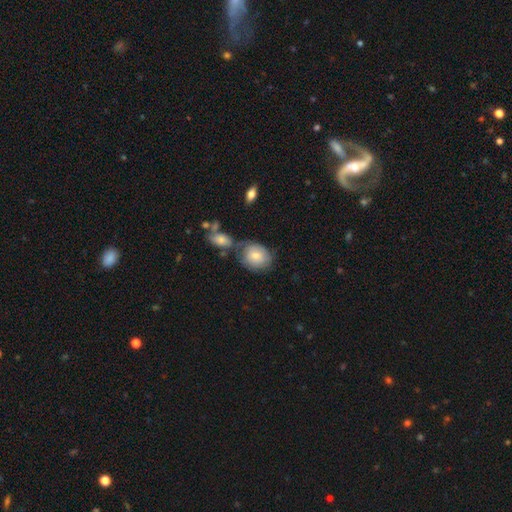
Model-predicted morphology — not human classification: Smooth or featured?
  - smooth: 66% *
  - featured or disk: 27%
  - star or artifact: 7%
How rounded?
  - round: 52% *
  - in between: 47%
  - cigar-shaped: 1%
Merging?
  - none: 48% *
  - minor disturbance: 22%
  - merger: 22%
  - major disturbance: 9%